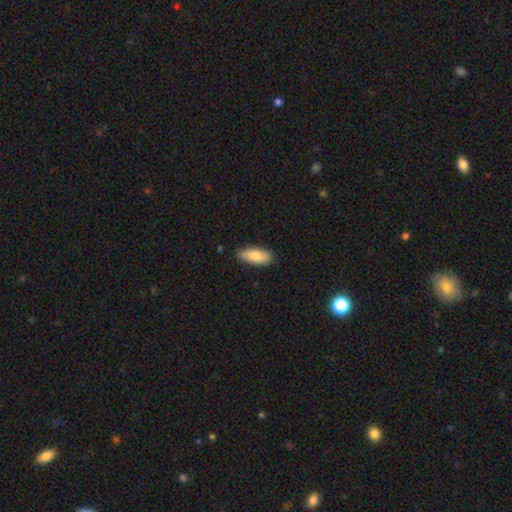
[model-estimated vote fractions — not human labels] smooth 82%, featured or disk 12%, star or artifact 6%. Down the decision tree: how rounded — in between (77%); merging — none (83%).